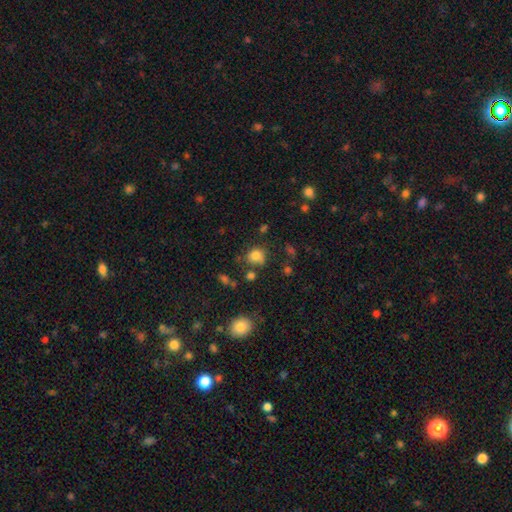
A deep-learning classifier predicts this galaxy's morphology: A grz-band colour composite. It shows a smooth galaxy with no disk features (80%) that is round (75%). Merging: none (66%).